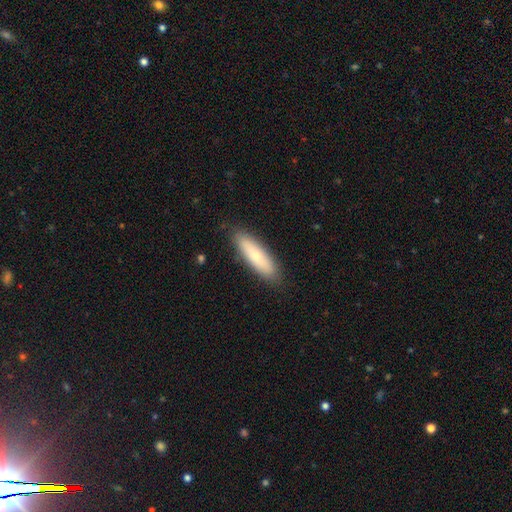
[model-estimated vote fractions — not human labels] smooth-or-featured: smooth: 74% | featured or disk: 20% | star or artifact: 6%
  how-rounded: cigar-shaped: 65% | in between: 33% | round: 2%
  merging: none: 87% | minor disturbance: 10% | major disturbance: 2% | merger: 1%